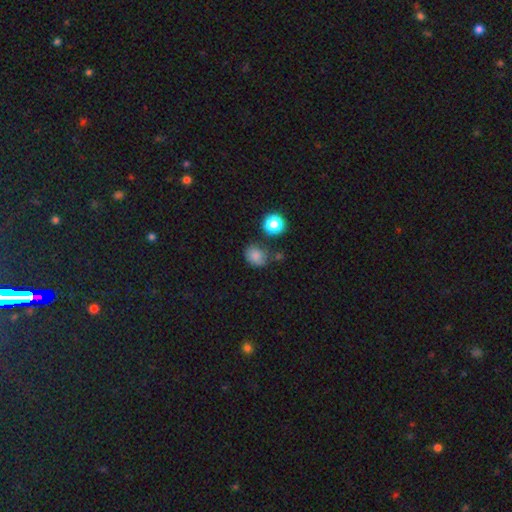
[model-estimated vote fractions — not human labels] smooth-or-featured: smooth: 81% | star or artifact: 13% | featured or disk: 6%
  how-rounded: round: 50% | in between: 49% | cigar-shaped: 1%
  merging: none: 67% | minor disturbance: 20% | merger: 8% | major disturbance: 6%